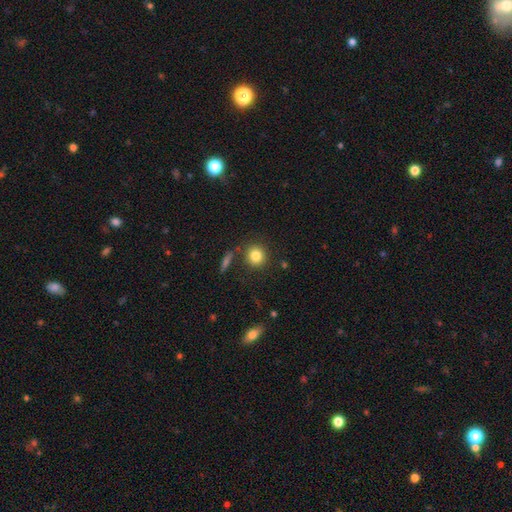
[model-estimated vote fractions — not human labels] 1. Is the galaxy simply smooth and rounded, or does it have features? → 83% smooth, 10% star or artifact, 7% featured or disk.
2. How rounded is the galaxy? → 89% round, 10% in between, 1% cigar-shaped.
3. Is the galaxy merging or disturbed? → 82% none, 9% minor disturbance, 6% merger, 3% major disturbance.